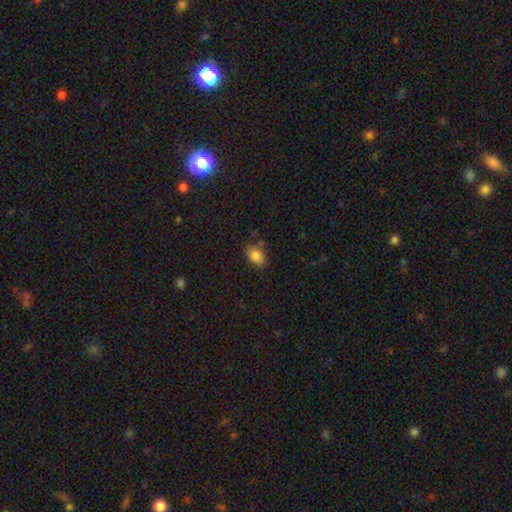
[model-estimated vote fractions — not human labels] Q: Smooth or featured?
A: smooth (83%); runner-up: star or artifact (9%)
Q: How rounded?
A: in between (82%); runner-up: round (17%)
Q: Merging?
A: none (77%); runner-up: minor disturbance (16%)